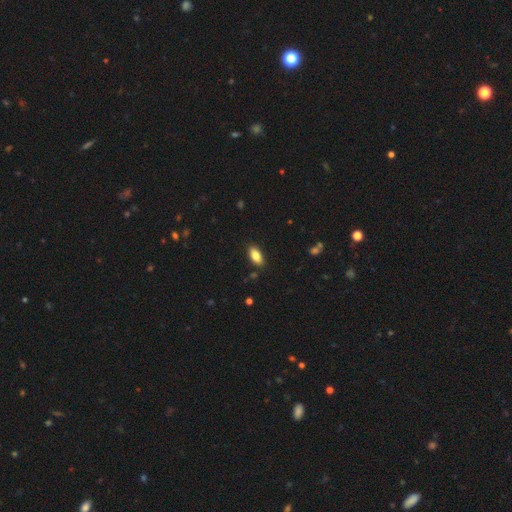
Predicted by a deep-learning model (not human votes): Q: Smooth or featured?
A: smooth (84%); runner-up: featured or disk (9%)
Q: How rounded?
A: in between (88%); runner-up: cigar-shaped (9%)
Q: Merging?
A: none (87%); runner-up: minor disturbance (10%)